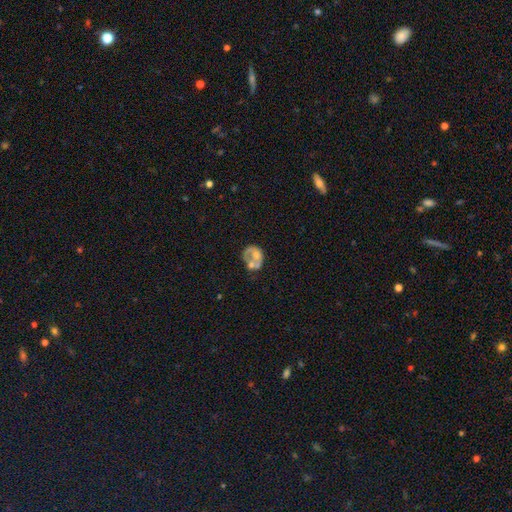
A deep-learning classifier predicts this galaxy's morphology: A featured or disk galaxy (48%).

Vote fractions:
- Smooth or featured? featured or disk: 48% / smooth: 43% / star or artifact: 8%
- Merging? none: 30% / merger: 29% / major disturbance: 22% / minor disturbance: 18%